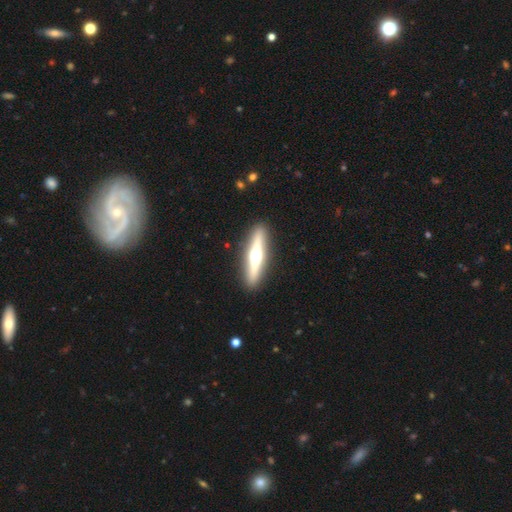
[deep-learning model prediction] Smooth or featured? Predicted: featured or disk (p=0.70). Edge-on disk? Predicted: yes (p=0.96). Edge-on bulge? Predicted: rounded (p=0.96). Merging? Predicted: none (p=0.91).